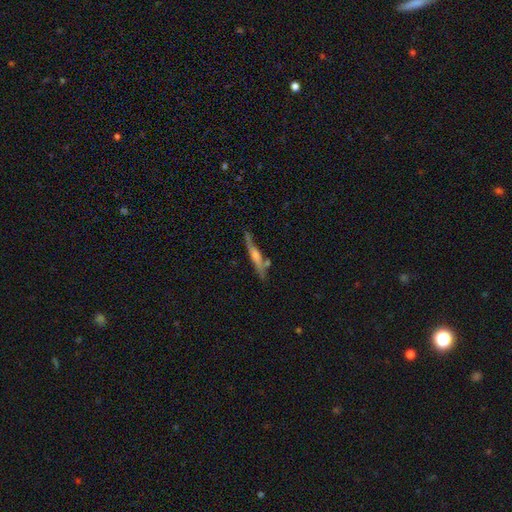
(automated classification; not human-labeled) Morphology: type=featured or disk (60%); edge-on=yes (93%); edge-on bulge=rounded (59%); merging=none (72%).